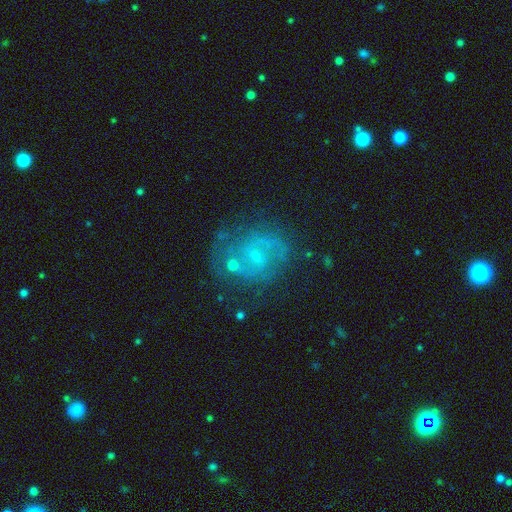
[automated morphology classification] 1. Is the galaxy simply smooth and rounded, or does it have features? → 72% featured or disk, 16% smooth, 12% star or artifact.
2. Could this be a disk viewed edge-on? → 98% no, 2% yes.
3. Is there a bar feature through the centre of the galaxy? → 46% weak (tied), 46% no (tied), 9% strong.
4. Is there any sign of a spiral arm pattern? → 83% yes, 17% no.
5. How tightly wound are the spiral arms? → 47% medium, 30% tight, 23% loose.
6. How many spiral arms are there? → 64% 2, 19% can't tell, 8% 1, 5% 3, 2% 4, 2% more than 4.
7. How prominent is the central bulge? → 70% small, 18% moderate, 10% none, 1% large, 1% dominant.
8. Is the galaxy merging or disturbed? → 62% none, 18% minor disturbance, 12% major disturbance, 8% merger.